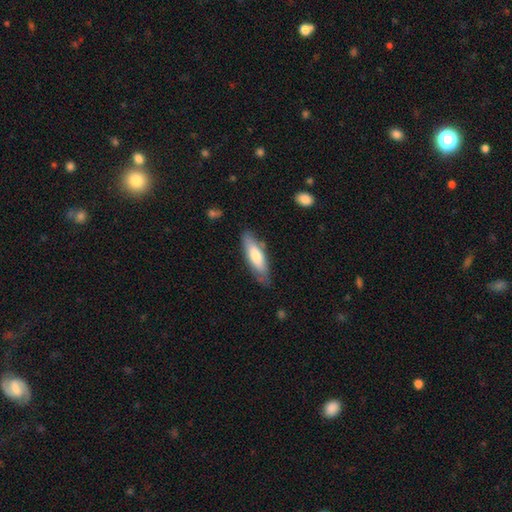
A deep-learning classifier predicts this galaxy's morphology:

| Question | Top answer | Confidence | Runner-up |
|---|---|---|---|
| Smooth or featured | smooth | 65% | featured or disk (30%) |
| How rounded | cigar-shaped | 52% | in between (46%) |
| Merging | none | 77% | minor disturbance (17%) |